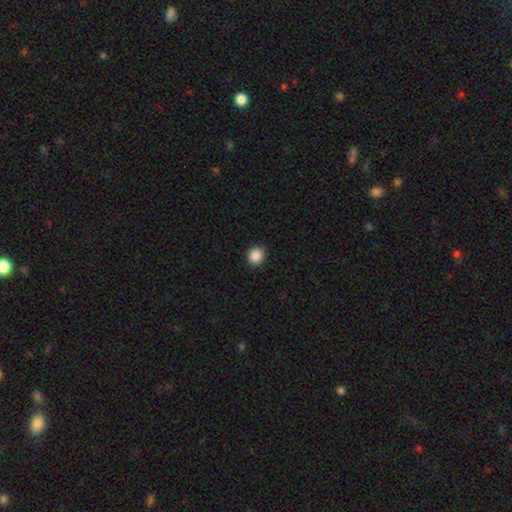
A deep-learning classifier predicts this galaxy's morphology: smooth 88%, star or artifact 9%, featured or disk 3%. Down the decision tree: how rounded — round (87%); merging — none (92%).